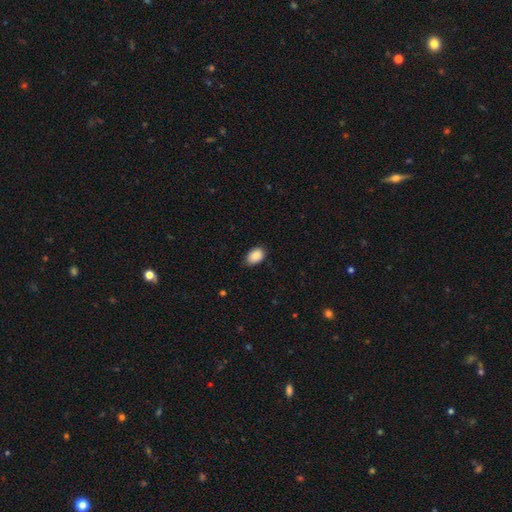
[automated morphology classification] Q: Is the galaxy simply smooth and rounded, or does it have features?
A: smooth — 89%.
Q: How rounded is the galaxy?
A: in between — 86%.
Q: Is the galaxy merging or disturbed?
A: none — 79%.